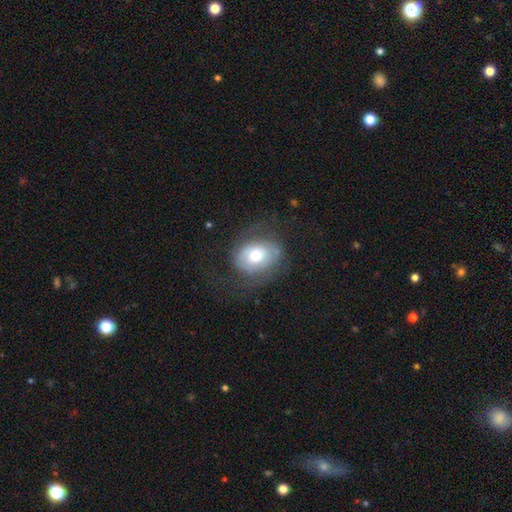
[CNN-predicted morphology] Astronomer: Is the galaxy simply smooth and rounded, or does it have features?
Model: featured or disk — 47% (runner-up: smooth, 45%).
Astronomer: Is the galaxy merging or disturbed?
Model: none — 59%.